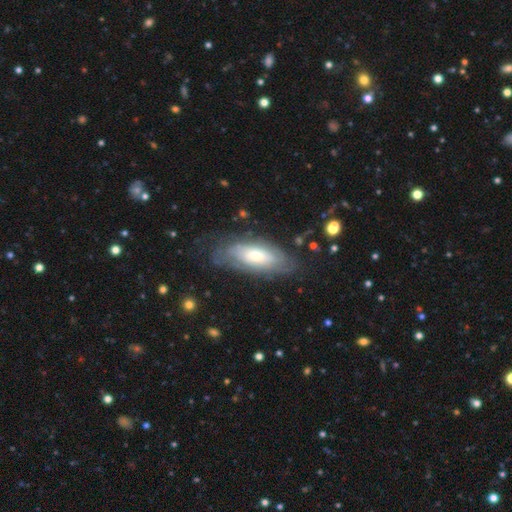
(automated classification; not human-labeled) featured or disk 61%, smooth 32%, star or artifact 6%. Down the decision tree: edge-on disk — no (84%); bar — no (71%); spiral arms — yes (75%); bulge size — moderate (53%); merging — none (67%).